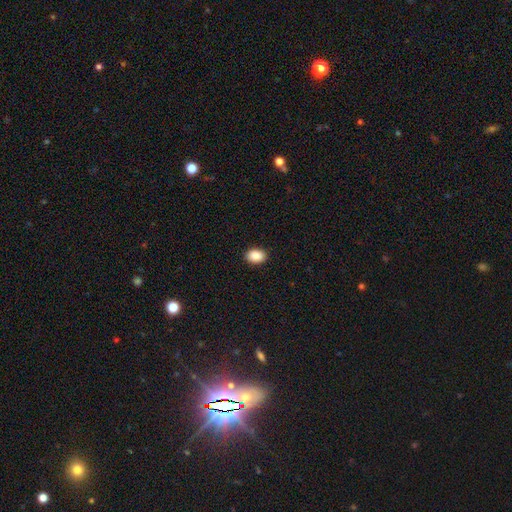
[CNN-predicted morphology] A smooth galaxy with no disk features (90%) that is in between round and cigar-shaped (77%). Merging: none (90%).